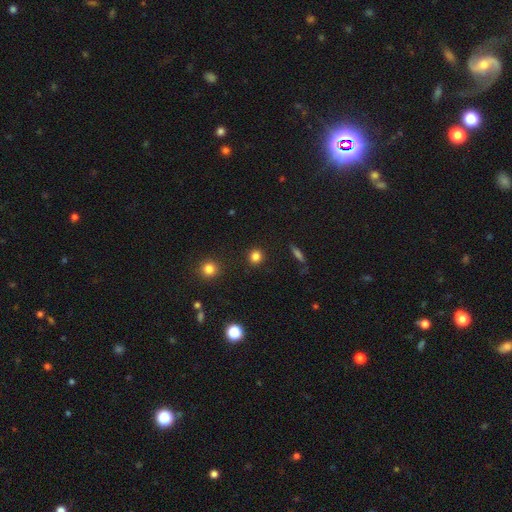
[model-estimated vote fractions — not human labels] A smooth galaxy with no disk features (83%) that is round (88%). Merging: none (91%).